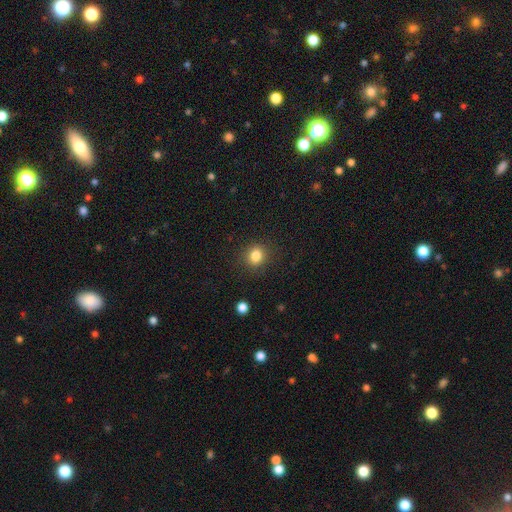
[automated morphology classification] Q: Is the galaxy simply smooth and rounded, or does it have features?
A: smooth — 83%.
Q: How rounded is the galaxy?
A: round — 78%.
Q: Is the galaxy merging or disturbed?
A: none — 88%.